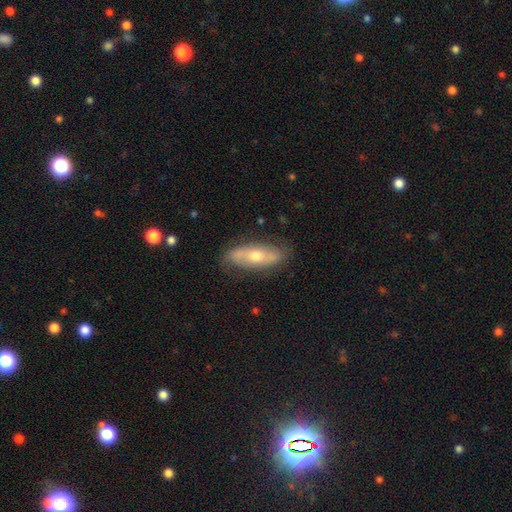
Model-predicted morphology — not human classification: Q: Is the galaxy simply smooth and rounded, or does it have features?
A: featured or disk — 53%.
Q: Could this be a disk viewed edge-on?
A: no — 72%.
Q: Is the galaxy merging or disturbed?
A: none — 77%.